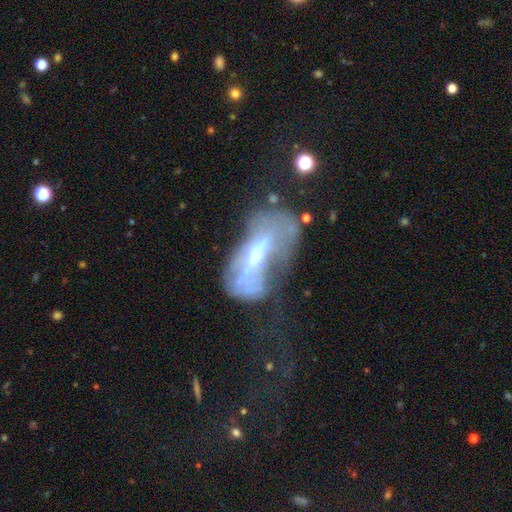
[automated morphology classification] type=featured or disk (61%); edge-on=no (90%); bar=no (66%); spiral arms=no (80%); bulge=moderate (67%); merging=major disturbance (51%).